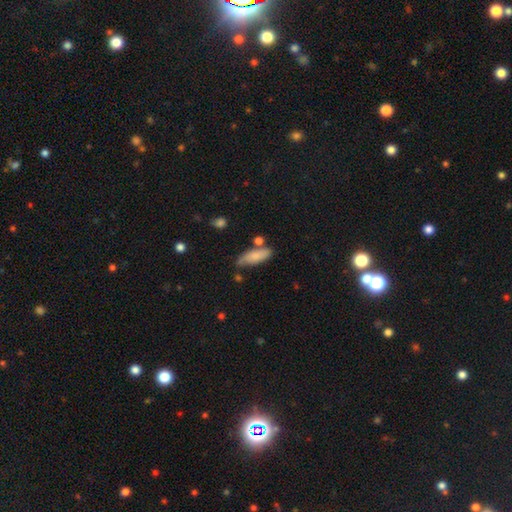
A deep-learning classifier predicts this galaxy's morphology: The model was most divided on "how rounded": in between: 63%, cigar-shaped: 34%, round: 3%. More confident: smooth or featured — smooth (76%); merging — none (61%).